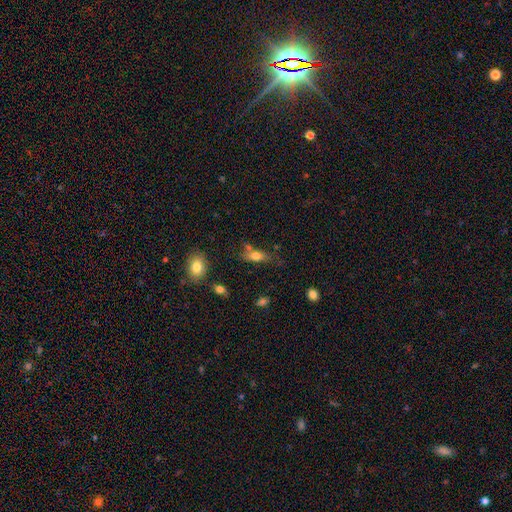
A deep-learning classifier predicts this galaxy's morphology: A smooth galaxy with no disk features (75%) that is in between round and cigar-shaped (78%).

Vote fractions:
- Smooth or featured? smooth: 75% / featured or disk: 15% / star or artifact: 9%
- How rounded? in between: 78% / cigar-shaped: 15% / round: 7%
- Merging? none: 52% / minor disturbance: 22% / merger: 17% / major disturbance: 8%